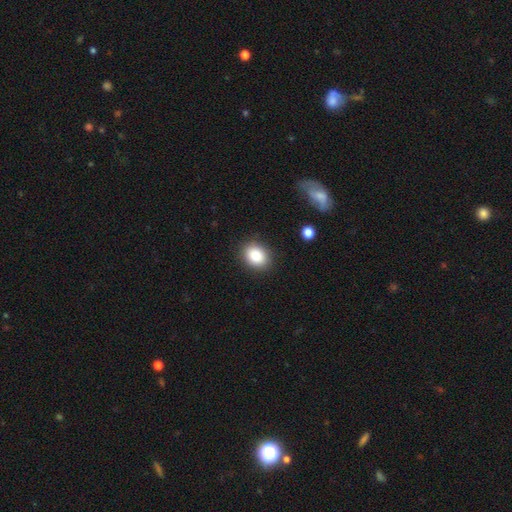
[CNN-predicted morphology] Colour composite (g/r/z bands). It shows a smooth galaxy with no disk features (84%) that is round (50%). Merging: none (88%).